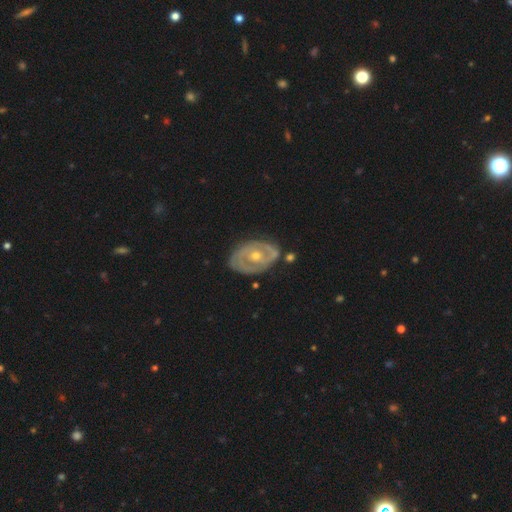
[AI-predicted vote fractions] This is clearly a featured or disk galaxy (82%). It is clearly not viewed edge-on (95%). Bar: likely no (70%). Spiral arm pattern: likely yes (75%). Spiral arm count: possibly 2 (55%). Spiral winding: likely tight (67%). Central bulge: possibly moderate (59%). Merging: likely none (74%).